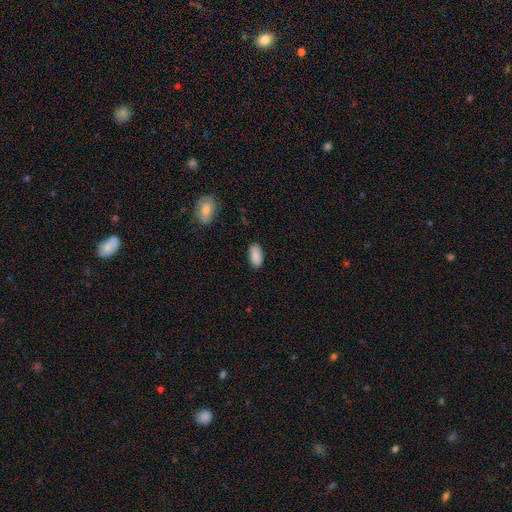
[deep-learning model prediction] smooth_or_featured: smooth (p=0.87) [alt: star or artifact p=0.07]
how_rounded: in between (p=0.92) [alt: cigar-shaped p=0.05]
merging: none (p=0.82) [alt: minor disturbance p=0.14]